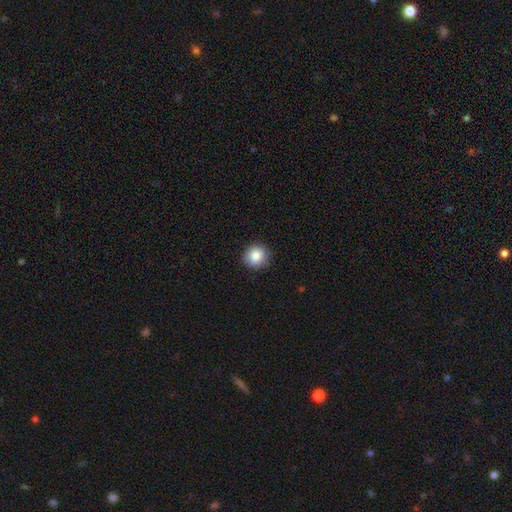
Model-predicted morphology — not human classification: Smooth or featured?
  - smooth: 86% *
  - star or artifact: 9%
  - featured or disk: 5%
How rounded?
  - round: 90% *
  - in between: 9%
  - cigar-shaped: 1%
Merging?
  - none: 89% *
  - minor disturbance: 8%
  - major disturbance: 2%
  - merger: 1%